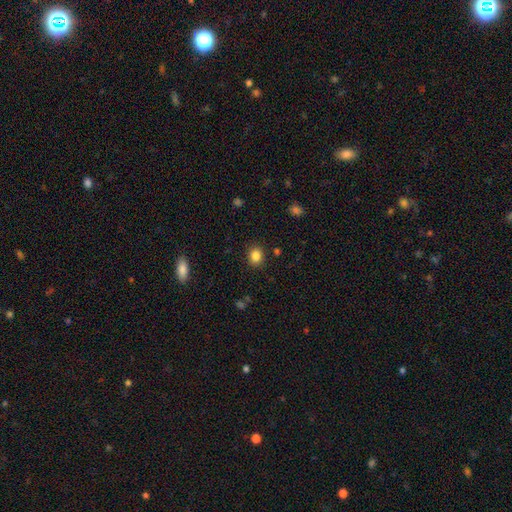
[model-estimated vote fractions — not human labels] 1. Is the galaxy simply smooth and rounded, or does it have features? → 85% smooth, 11% star or artifact, 4% featured or disk.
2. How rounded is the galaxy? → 62% round, 37% in between, 1% cigar-shaped.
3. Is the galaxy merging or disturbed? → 88% none, 8% minor disturbance, 3% major disturbance, 2% merger.